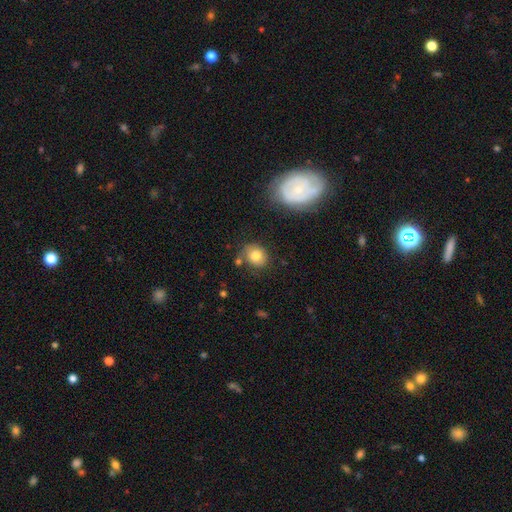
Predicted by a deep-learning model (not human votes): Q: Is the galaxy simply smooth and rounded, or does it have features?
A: smooth — 79%.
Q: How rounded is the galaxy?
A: round — 72%.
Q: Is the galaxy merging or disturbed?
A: none — 72%.